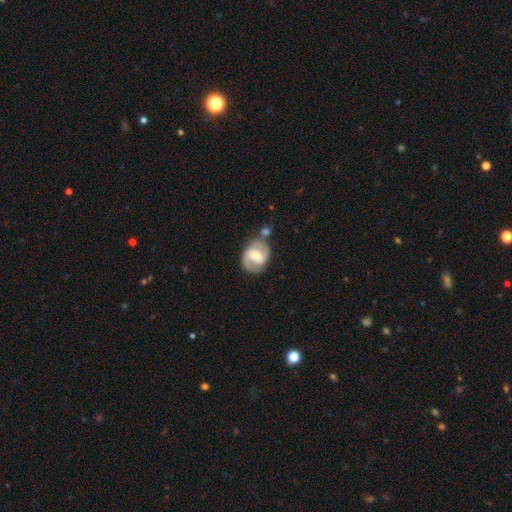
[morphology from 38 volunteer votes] Smooth or featured?
  - featured or disk: 92% *
  - smooth: 8%
  - star or artifact: 0%
Edge-on disk?
  - no: 100% *
  - yes: 0%
Bar?
  - weak: 43% *
  - strong: 34%
  - no: 23%
Spiral arms?
  - yes: 89% *
  - no: 11%
Spiral winding?
  - medium: 52% *
  - tight: 29%
  - loose: 19%
Spiral arm count?
  - 2: 97% *
  - 1: 3%
  - 3: 0%
  - 4: 0%
  - more than 4: 0%
  - can't tell: 0%
Bulge size?
  - small: 46% *
  - moderate: 40%
  - large: 11%
  - dominant: 3%
  - none: 0%
Merging?
  - none: 66% *
  - minor disturbance: 24%
  - merger: 8%
  - major disturbance: 3%